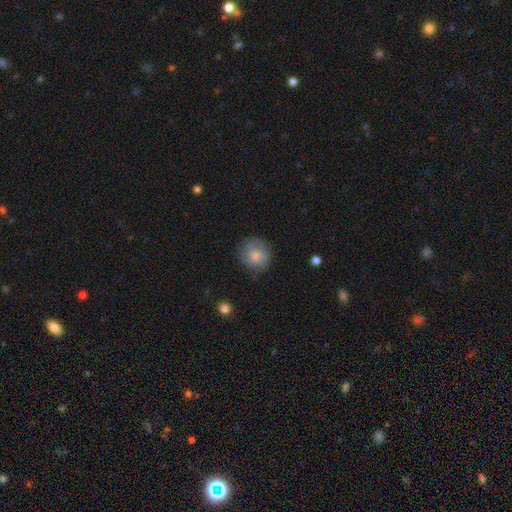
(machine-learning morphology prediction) Q: Smooth or featured?
A: smooth (80%); runner-up: featured or disk (12%)
Q: How rounded?
A: round (90%); runner-up: in between (9%)
Q: Merging?
A: none (77%); runner-up: minor disturbance (17%)